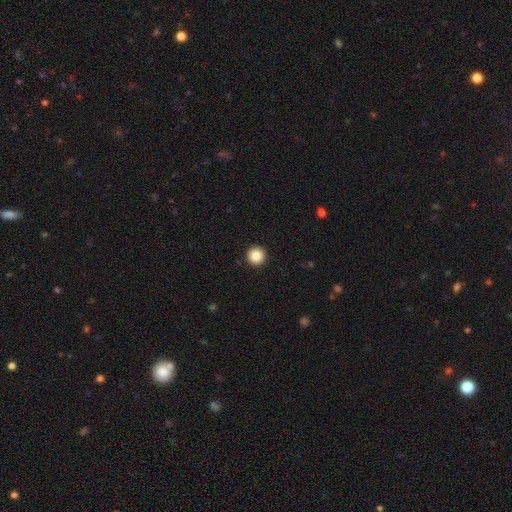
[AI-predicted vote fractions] This is clearly a smooth galaxy (87%). How rounded: clearly round (97%). Merging: clearly none (94%).